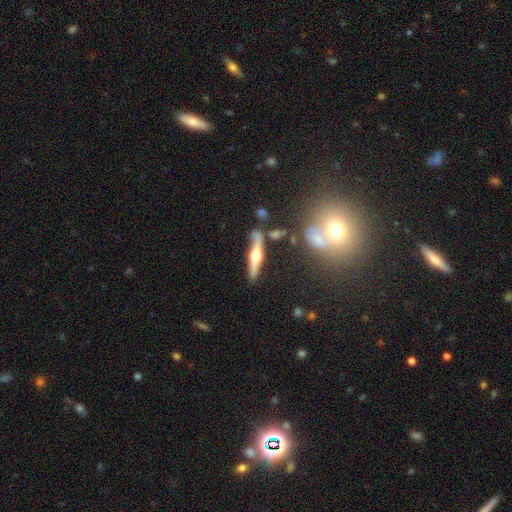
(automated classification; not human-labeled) This is likely a featured or disk galaxy (70%). It is clearly viewed edge-on (94%). Edge-on bulge: clearly rounded (94%). Merging: likely none (76%).